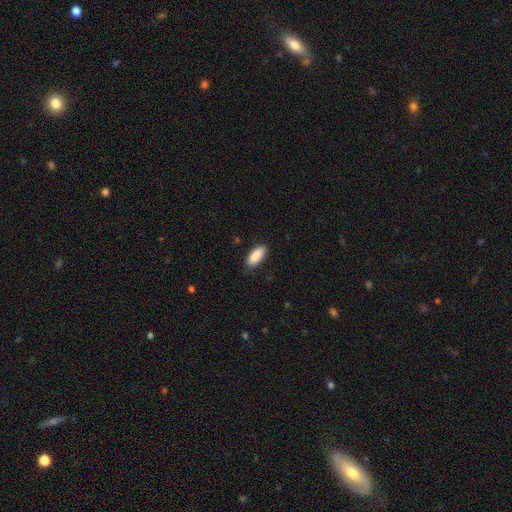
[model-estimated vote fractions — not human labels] This appears to be a smooth galaxy with no disk features (89%) that is in between round and cigar-shaped (87%). Merging: none (83%).